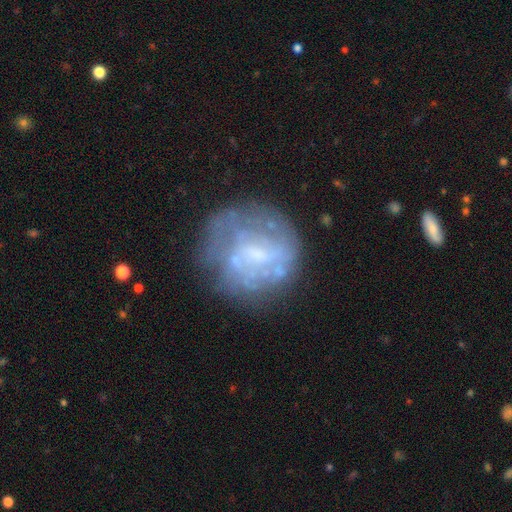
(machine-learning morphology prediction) This appears to be a featured or disk galaxy (60%) with no bar (63%), no spiral arms (71%) and a small central bulge (35%). Merging: none (61%).